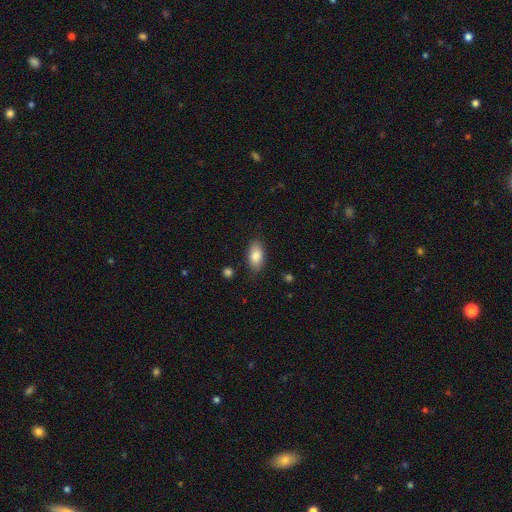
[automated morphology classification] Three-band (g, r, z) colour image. It shows a smooth galaxy with no disk features (85%) that is in between round and cigar-shaped (91%). Merging: none (85%).